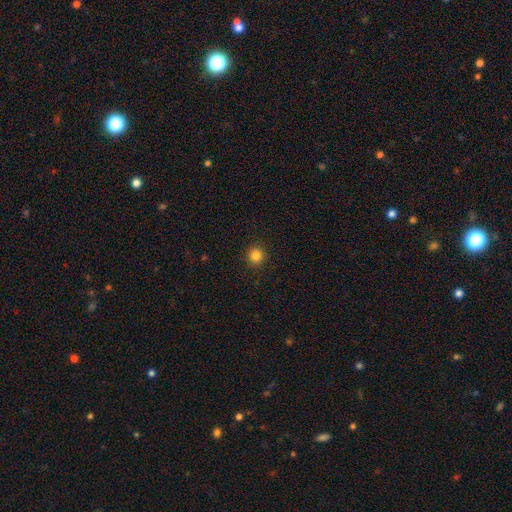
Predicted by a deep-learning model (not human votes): smooth 84%, star or artifact 12%, featured or disk 4%. Down the decision tree: how rounded — round (94%); merging — none (92%).